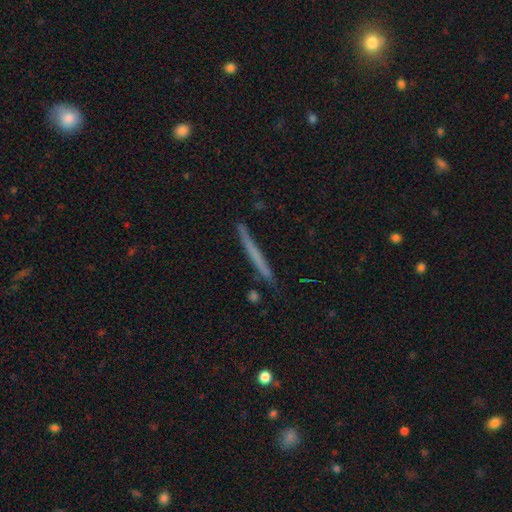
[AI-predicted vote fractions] Q: Smooth or featured?
A: smooth (52%); runner-up: featured or disk (41%)
Q: How rounded?
A: cigar-shaped (97%); runner-up: in between (2%)
Q: Merging?
A: none (90%); runner-up: minor disturbance (7%)